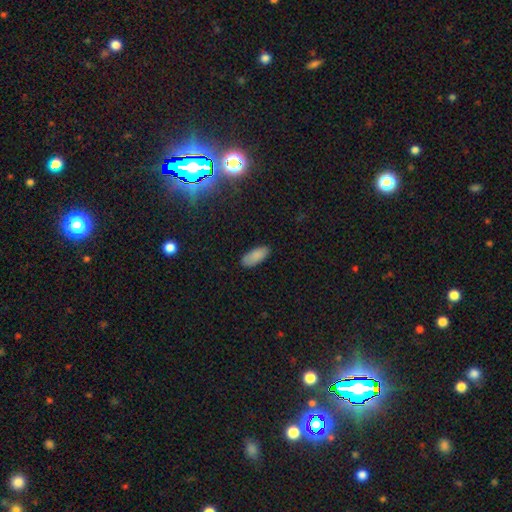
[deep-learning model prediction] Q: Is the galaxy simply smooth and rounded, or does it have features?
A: smooth — 88%.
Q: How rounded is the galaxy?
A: in between — 85%.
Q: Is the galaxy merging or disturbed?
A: none — 85%.